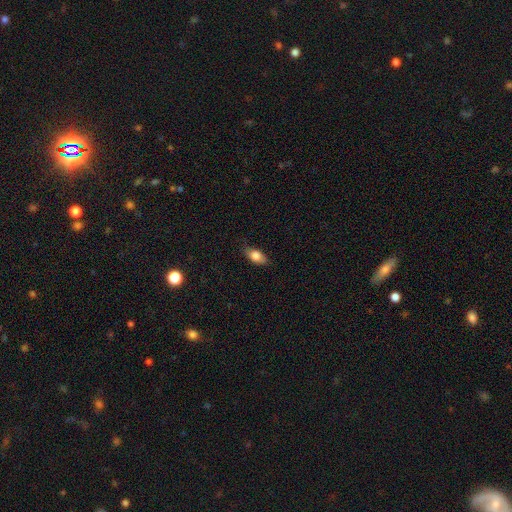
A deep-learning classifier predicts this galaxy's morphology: This is likely a smooth galaxy (80%). How rounded: clearly in between (87%). Merging: likely none (80%).